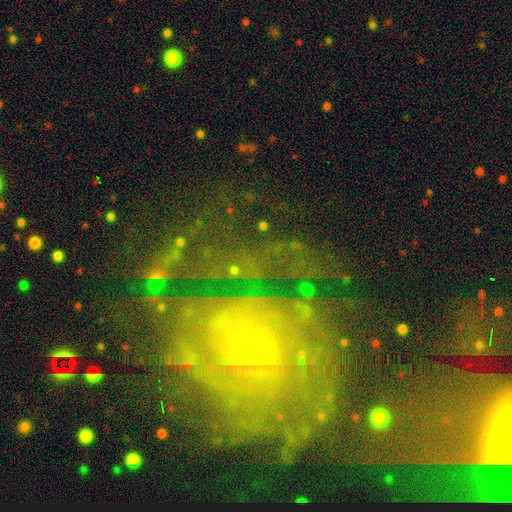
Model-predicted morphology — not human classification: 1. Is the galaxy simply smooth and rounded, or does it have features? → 81% featured or disk, 10% star or artifact, 8% smooth.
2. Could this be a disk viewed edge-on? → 97% no, 3% yes.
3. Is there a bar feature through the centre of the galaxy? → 71% no, 21% weak, 8% strong.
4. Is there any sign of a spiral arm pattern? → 94% yes, 6% no.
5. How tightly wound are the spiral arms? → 65% tight, 26% medium, 9% loose.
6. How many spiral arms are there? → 31% can't tell, 22% 2, 15% 3, 13% 4, 10% more than 4, 9% 1.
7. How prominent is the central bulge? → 84% small, 9% moderate, 4% none, 2% large, 1% dominant.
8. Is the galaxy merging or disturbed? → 57% none, 20% major disturbance, 17% minor disturbance, 6% merger.